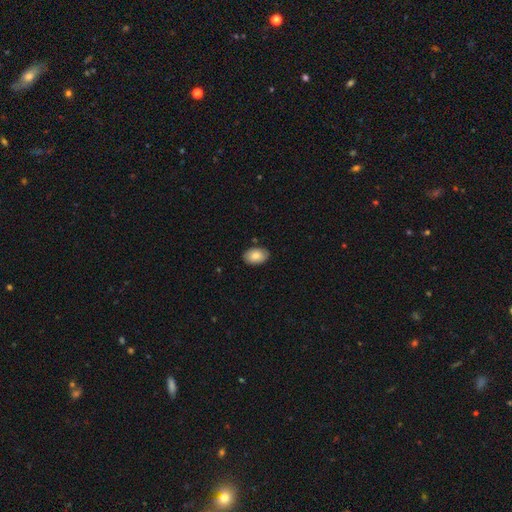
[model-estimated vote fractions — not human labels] Q: Smooth or featured?
A: smooth (83%); runner-up: featured or disk (11%)
Q: How rounded?
A: in between (88%); runner-up: round (11%)
Q: Merging?
A: none (87%); runner-up: minor disturbance (10%)